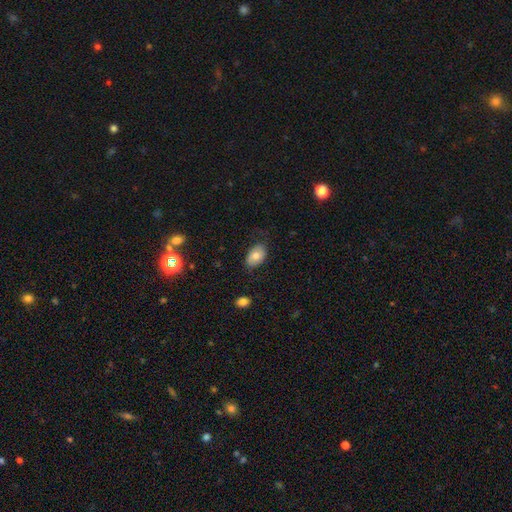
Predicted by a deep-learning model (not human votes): The model was most divided on "merging": none: 73%, minor disturbance: 21%, major disturbance: 5%, merger: 1%. More confident: how rounded — in between (88%); smooth or featured — smooth (73%).